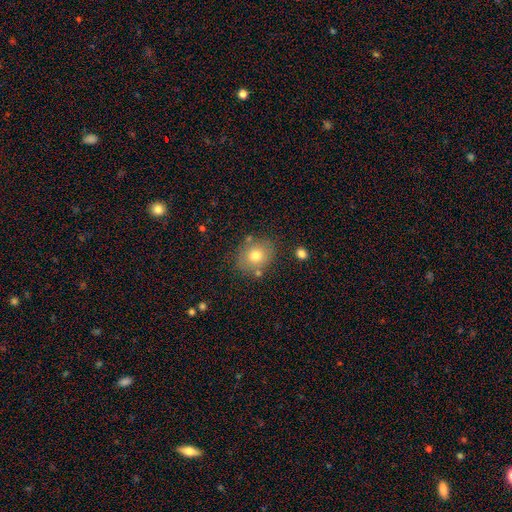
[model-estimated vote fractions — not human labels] Overall: smooth (73%). How rounded: round (55%; in between 44%). Merging: none (76%).